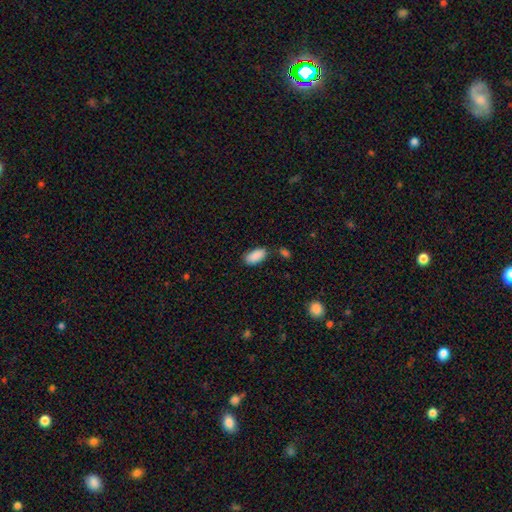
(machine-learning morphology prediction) This appears to be a smooth galaxy with no disk features (90%) that is in between round and cigar-shaped (92%). Merging: none (75%).